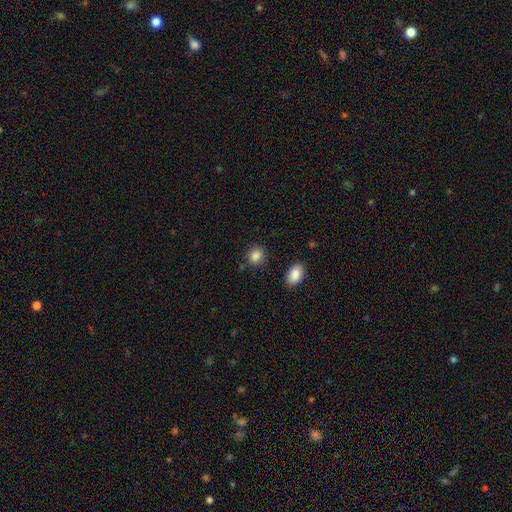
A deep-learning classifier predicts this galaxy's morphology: A smooth galaxy with no disk features (87%) that is round (75%). Merging: none (85%).